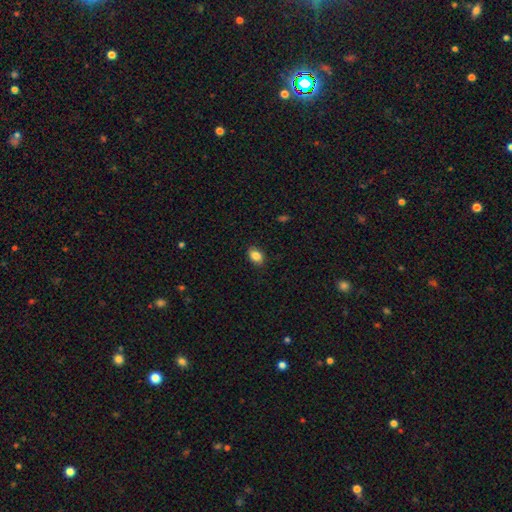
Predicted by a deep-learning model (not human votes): The model was most divided on "how rounded": in between: 80%, round: 19%, cigar-shaped: 1%. More confident: smooth or featured — smooth (86%); merging — none (86%).